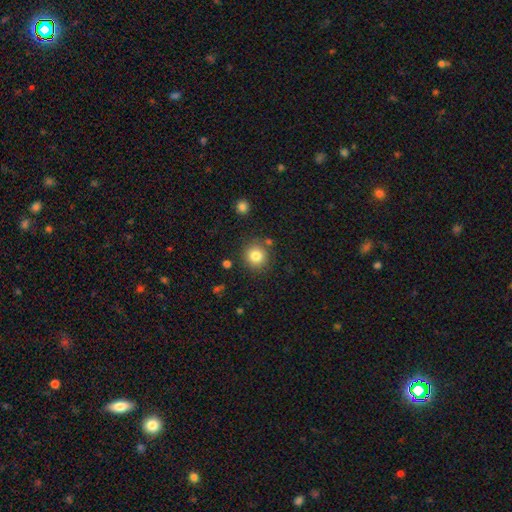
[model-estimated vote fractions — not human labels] Overall: smooth (83%). How rounded: round (91%). Merging: none (83%).